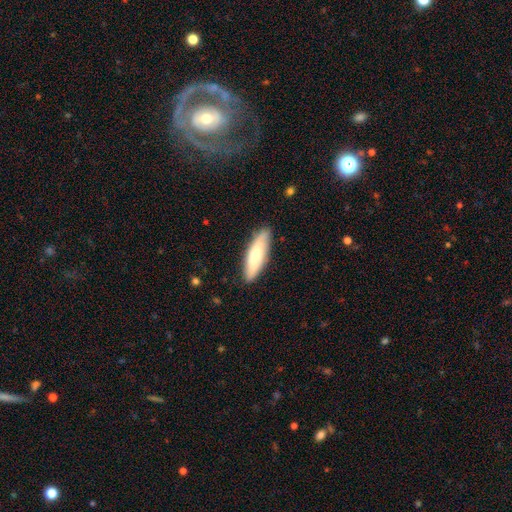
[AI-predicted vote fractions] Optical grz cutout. It shows a smooth galaxy with no disk features (64%) that is cigar-shaped (56%). Merging: none (86%).